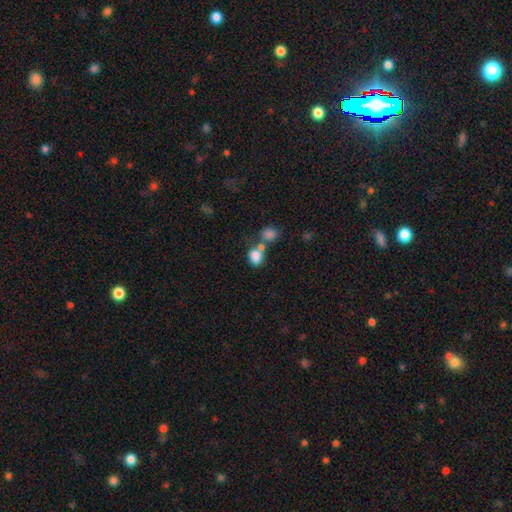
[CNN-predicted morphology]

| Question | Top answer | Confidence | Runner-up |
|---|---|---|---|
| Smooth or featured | smooth | 81% | star or artifact (10%) |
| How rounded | in between | 64% | round (35%) |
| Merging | merger | 44% | none (37%) |